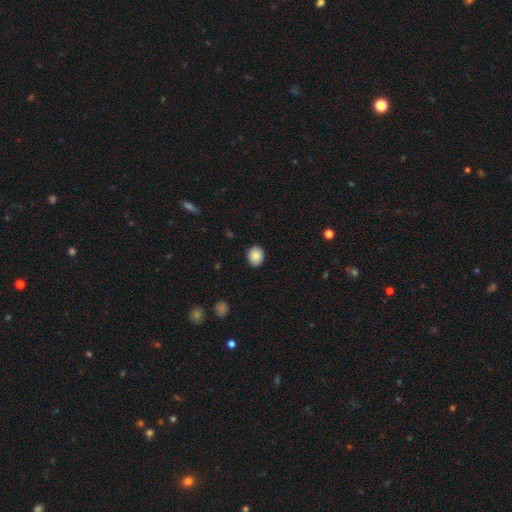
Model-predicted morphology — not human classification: Q: Smooth or featured?
A: smooth (87%); runner-up: star or artifact (8%)
Q: How rounded?
A: round (66%); runner-up: in between (33%)
Q: Merging?
A: none (88%); runner-up: minor disturbance (9%)